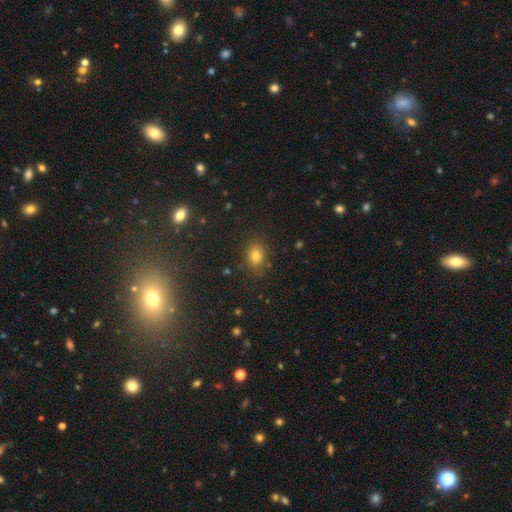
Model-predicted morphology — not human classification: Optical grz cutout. It shows a smooth galaxy with no disk features (74%) that is in between round and cigar-shaped (61%). Merging: none (83%).